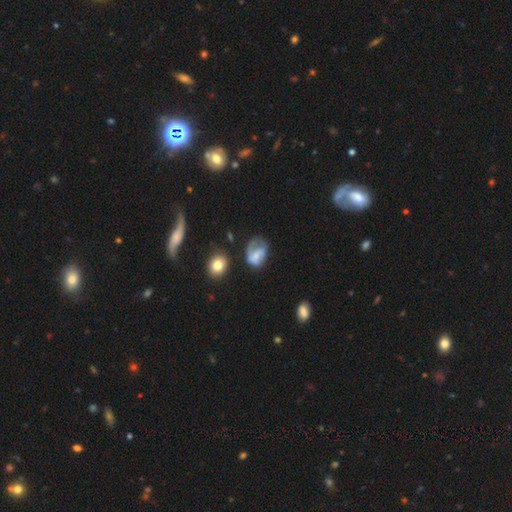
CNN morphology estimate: type=smooth (52%); roundness=in between (71%); merging=none (34%).